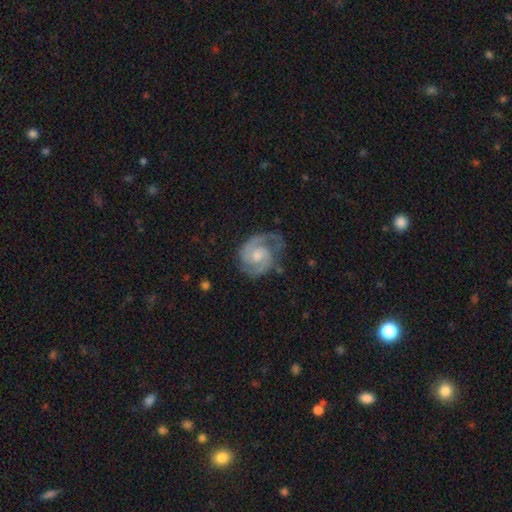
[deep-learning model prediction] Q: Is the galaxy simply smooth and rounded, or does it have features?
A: featured or disk — 90%.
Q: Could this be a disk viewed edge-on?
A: no — 98%.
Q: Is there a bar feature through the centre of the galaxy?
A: no — 53%.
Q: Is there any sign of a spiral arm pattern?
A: yes — 98%.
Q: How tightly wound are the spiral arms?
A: medium — 48%.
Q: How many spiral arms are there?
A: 2 — 90%.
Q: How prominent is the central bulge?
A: moderate — 50%.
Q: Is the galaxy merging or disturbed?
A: none — 75%.